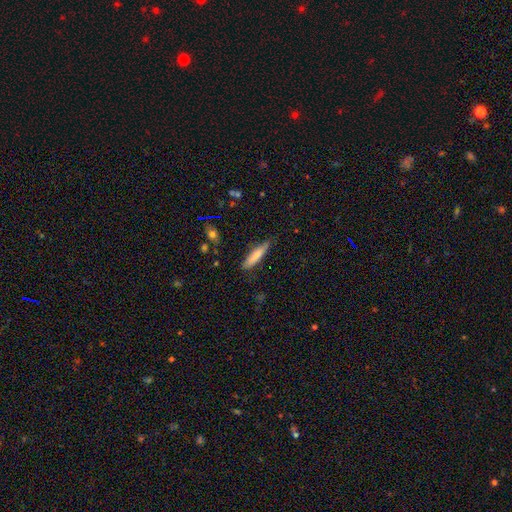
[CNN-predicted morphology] type=smooth (78%); roundness=cigar-shaped (82%); merging=none (78%).